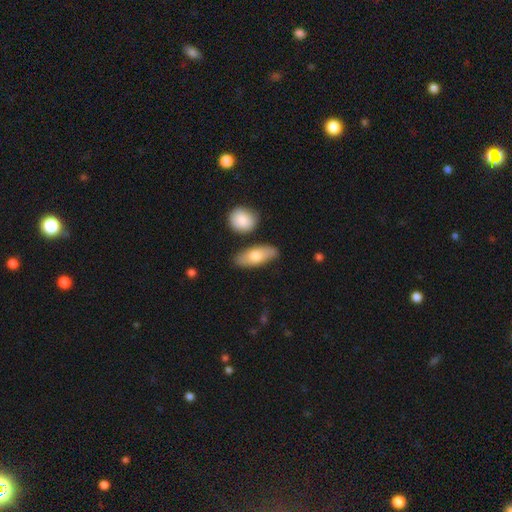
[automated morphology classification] smooth-or-featured: smooth: 72% | featured or disk: 23% | star or artifact: 5%
  how-rounded: in between: 76% | cigar-shaped: 20% | round: 4%
  merging: none: 79% | minor disturbance: 12% | merger: 6% | major disturbance: 3%